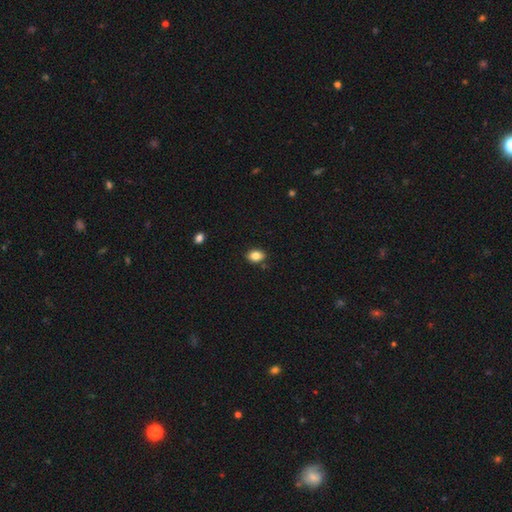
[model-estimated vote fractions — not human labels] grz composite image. It shows a smooth galaxy with no disk features (84%) that is in between round and cigar-shaped (76%). Merging: none (85%).